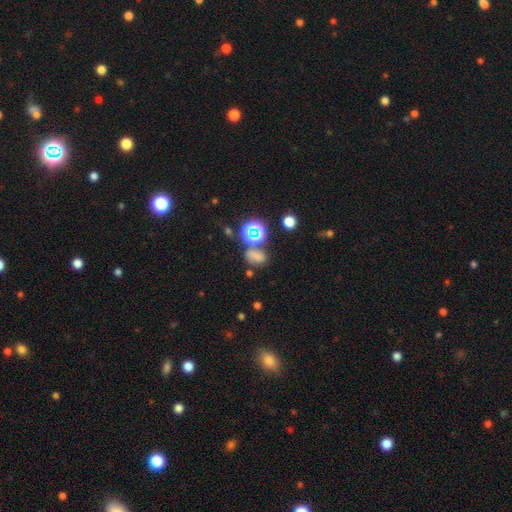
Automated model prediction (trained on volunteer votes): Smooth or featured?
  - smooth: 53% *
  - star or artifact: 35%
  - featured or disk: 12%
How rounded?
  - in between: 63% *
  - round: 35%
  - cigar-shaped: 2%
Merging?
  - none: 47% *
  - merger: 21%
  - minor disturbance: 19%
  - major disturbance: 13%